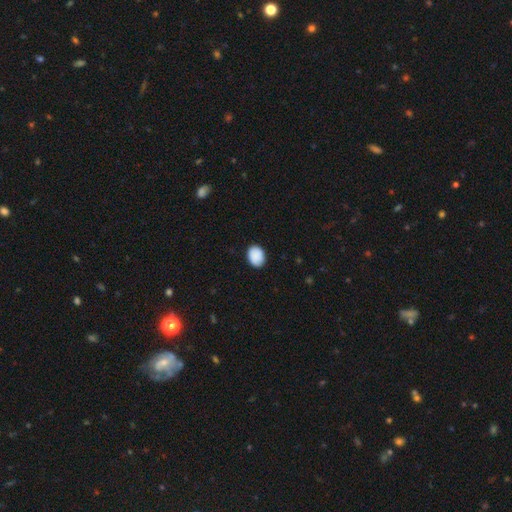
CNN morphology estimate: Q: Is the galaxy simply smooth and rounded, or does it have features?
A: smooth — 90%.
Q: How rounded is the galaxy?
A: in between — 63%.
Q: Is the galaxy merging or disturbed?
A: none — 86%.